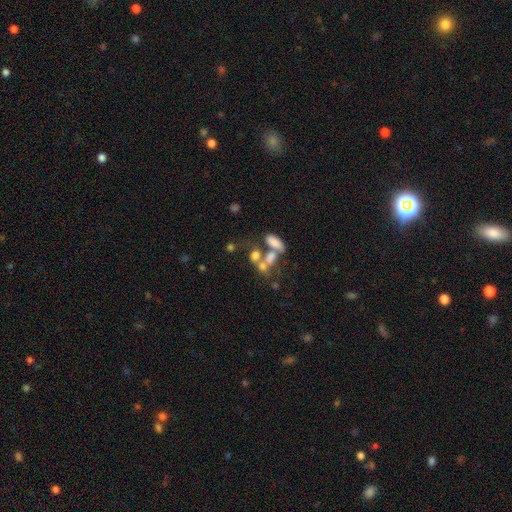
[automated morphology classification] A smooth galaxy with no disk features (59%) that is in between round and cigar-shaped (70%). Merging: merger (51%).